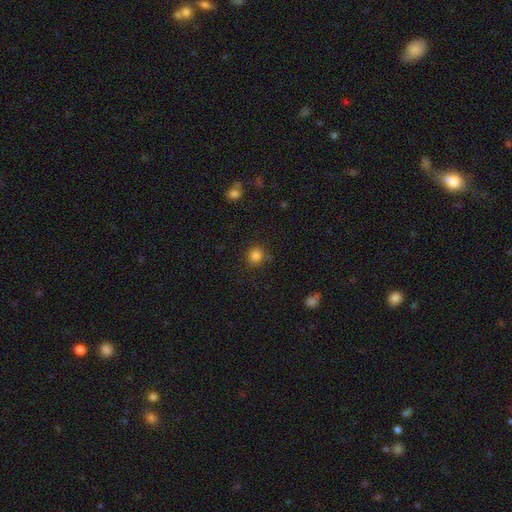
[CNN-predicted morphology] type=smooth (83%); roundness=round (92%); merging=none (84%).